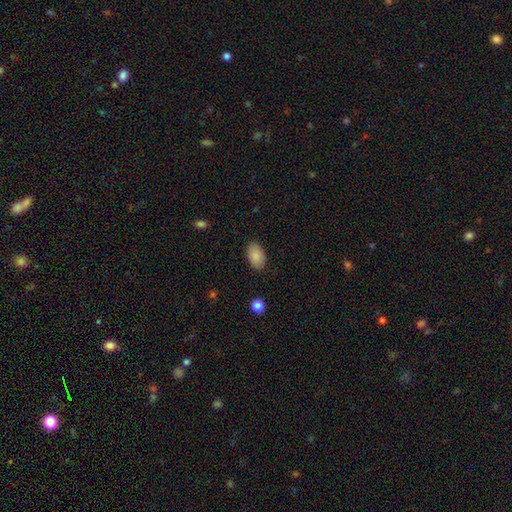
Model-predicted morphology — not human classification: Smooth or featured? smooth (88%)
How rounded? in between (93%)
Merging? none (86%)